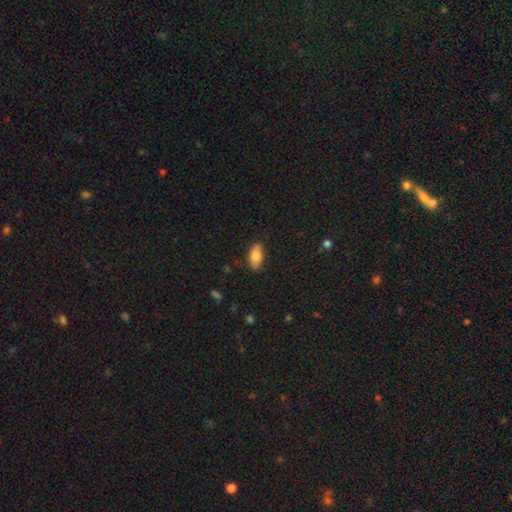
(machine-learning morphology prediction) smooth_or_featured: smooth (p=0.83) [alt: featured or disk p=0.10]
how_rounded: in between (p=0.90) [alt: cigar-shaped p=0.07]
merging: none (p=0.78) [alt: minor disturbance p=0.17]